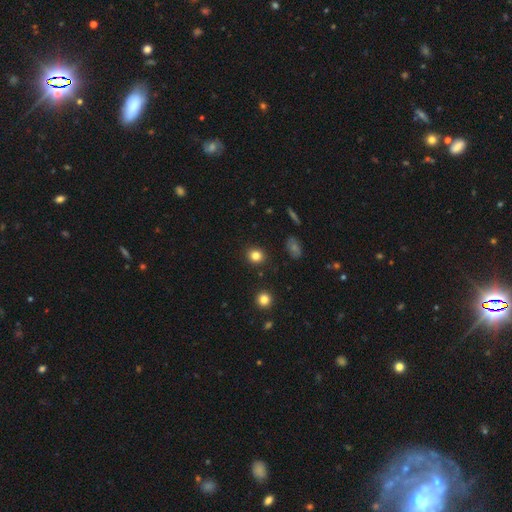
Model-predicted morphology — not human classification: Smooth or featured?
  - smooth: 82% *
  - star or artifact: 12%
  - featured or disk: 6%
How rounded?
  - round: 80% *
  - in between: 19%
  - cigar-shaped: 1%
Merging?
  - none: 90% *
  - minor disturbance: 6%
  - major disturbance: 2%
  - merger: 2%